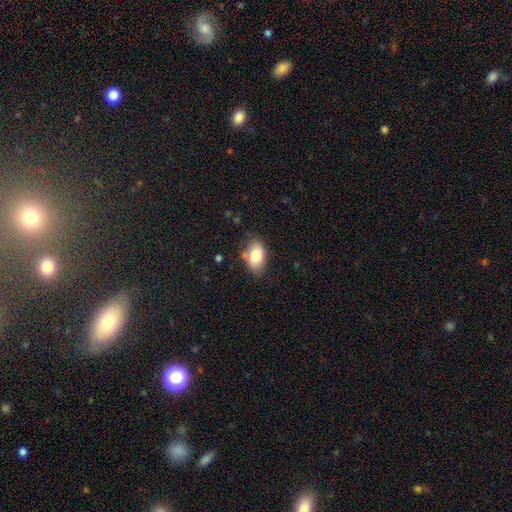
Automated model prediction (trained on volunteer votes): smooth 83%, featured or disk 10%, star or artifact 7%. Down the decision tree: how rounded — in between (91%); merging — none (74%).